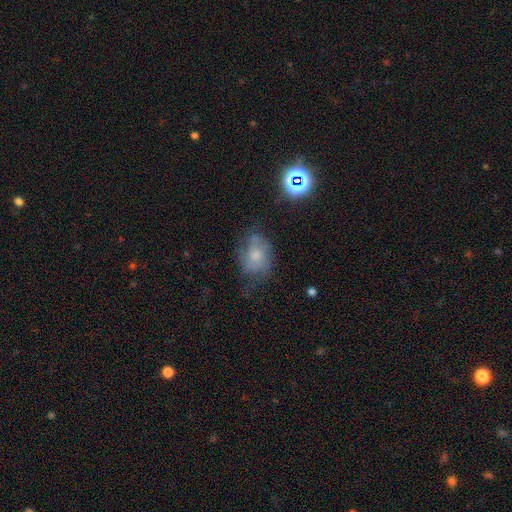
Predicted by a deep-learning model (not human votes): A smooth galaxy with no disk features (56%) that is in between round and cigar-shaped (64%). Merging: none (45%).